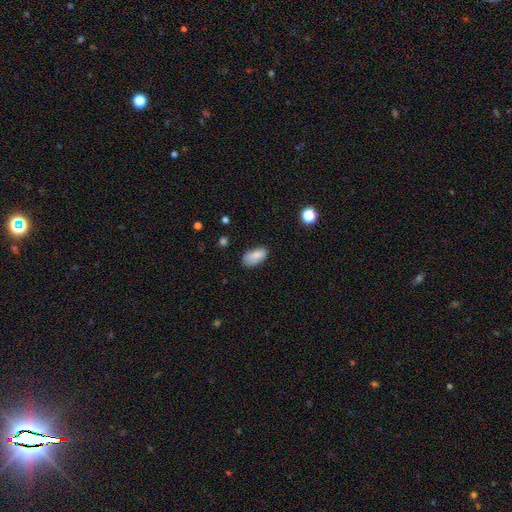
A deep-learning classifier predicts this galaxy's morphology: Q: Smooth or featured?
A: smooth (84%); runner-up: featured or disk (8%)
Q: How rounded?
A: in between (92%); runner-up: cigar-shaped (5%)
Q: Merging?
A: none (74%); runner-up: minor disturbance (20%)